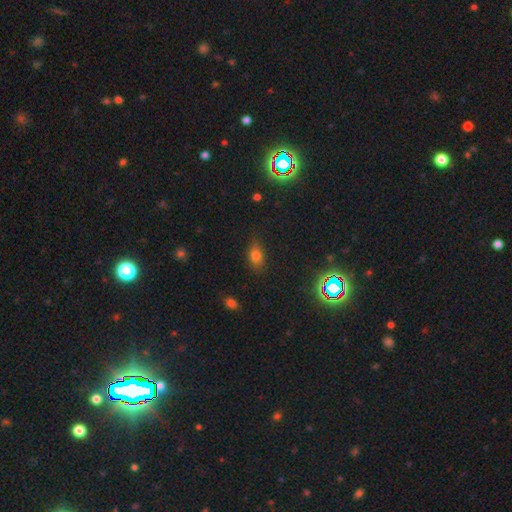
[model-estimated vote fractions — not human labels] Overall: smooth (73%). How rounded: in between (74%). Merging: none (75%).